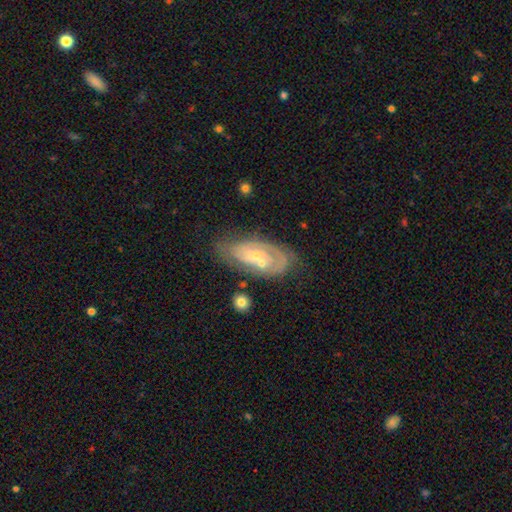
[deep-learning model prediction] Smooth or featured? featured or disk (76%)
Edge-on disk? no (94%)
Bar? no (66%)
Spiral arms? yes (86%)
Spiral winding? tight (63%)
Spiral arm count? 2 (46%)
Bulge size? small (68%)
Merging? none (60%)